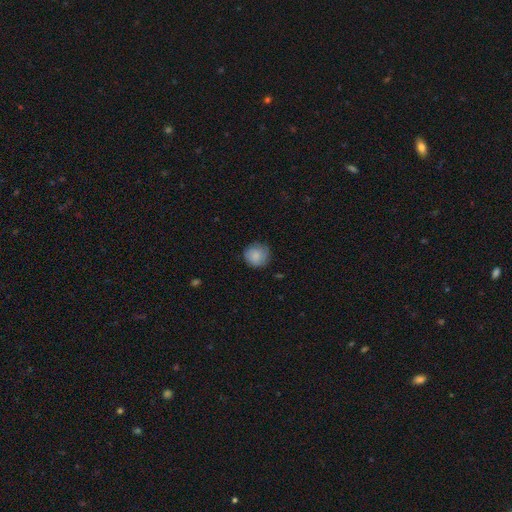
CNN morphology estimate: This appears to be a smooth galaxy with no disk features (81%) that is round (90%). Merging: none (75%).